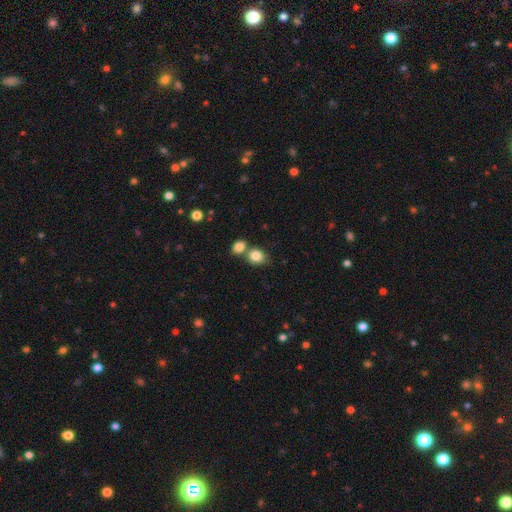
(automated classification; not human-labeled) Overall: smooth (84%). How rounded: round (60%; in between 38%). Merging: none (47%; merger 39%).